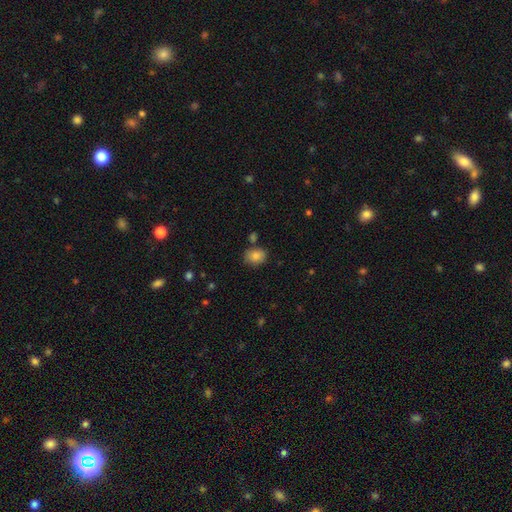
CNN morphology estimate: Smooth or featured?
  - smooth: 83% *
  - star or artifact: 9%
  - featured or disk: 8%
How rounded?
  - in between: 51% *
  - round: 48%
  - cigar-shaped: 1%
Merging?
  - none: 77% *
  - minor disturbance: 14%
  - merger: 7%
  - major disturbance: 3%